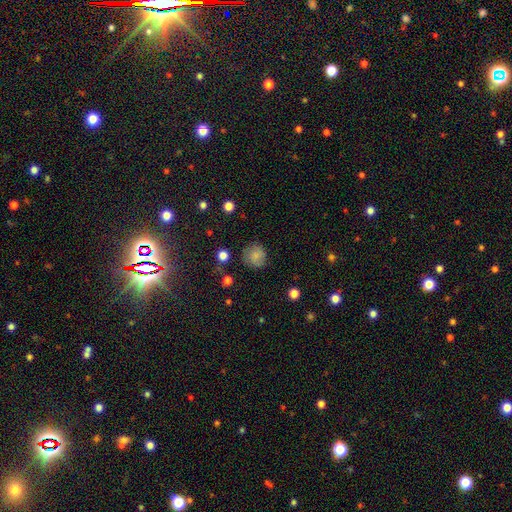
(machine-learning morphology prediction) smooth_or_featured: smooth (p=0.77) [alt: featured or disk p=0.13]
how_rounded: round (p=0.88) [alt: in between p=0.11]
merging: none (p=0.76) [alt: minor disturbance p=0.17]